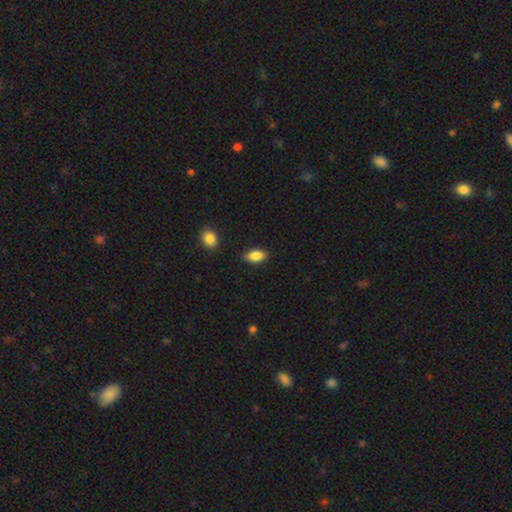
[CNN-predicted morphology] Smooth or featured: smooth — 86% (star or artifact — 7%)
How rounded: in between — 90% (cigar-shaped — 6%)
Merging: none — 85% (minor disturbance — 11%)